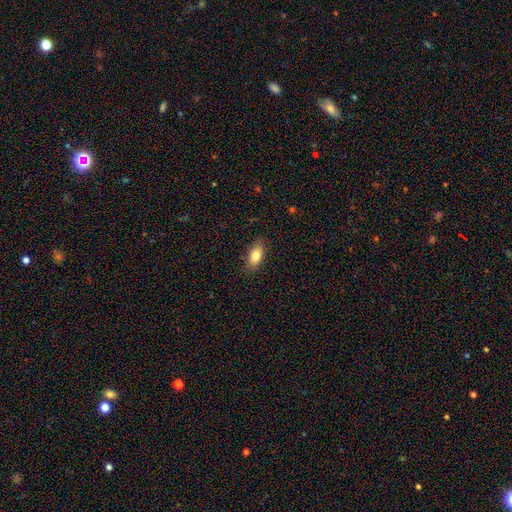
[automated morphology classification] The model was most divided on "smooth or featured": smooth: 80%, featured or disk: 12%, star or artifact: 7%. More confident: how rounded — in between (87%); merging — none (86%).